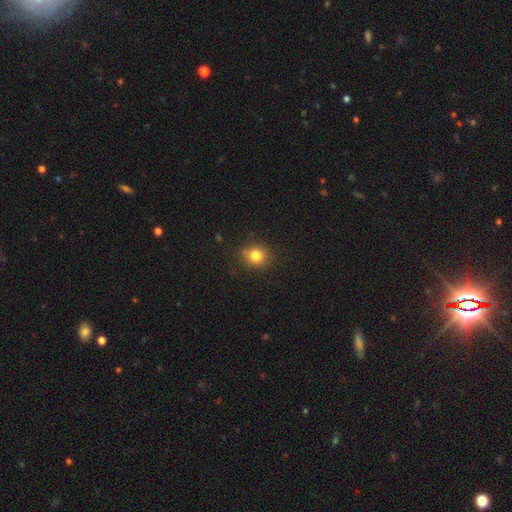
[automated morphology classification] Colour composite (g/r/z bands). It shows a smooth galaxy with no disk features (81%) that is round (82%). Merging: none (85%).